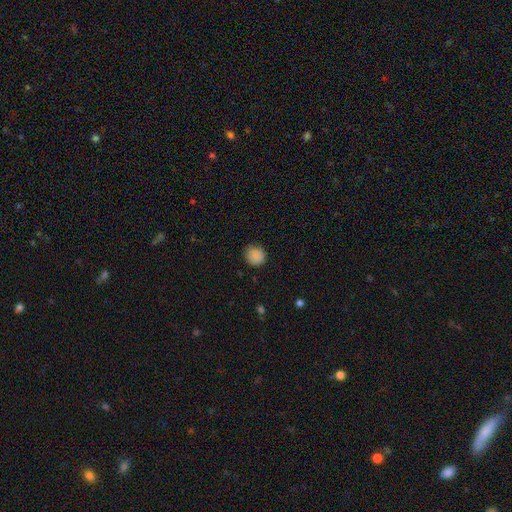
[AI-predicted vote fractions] Morphology: type=smooth (87%); roundness=round (83%); merging=none (82%).